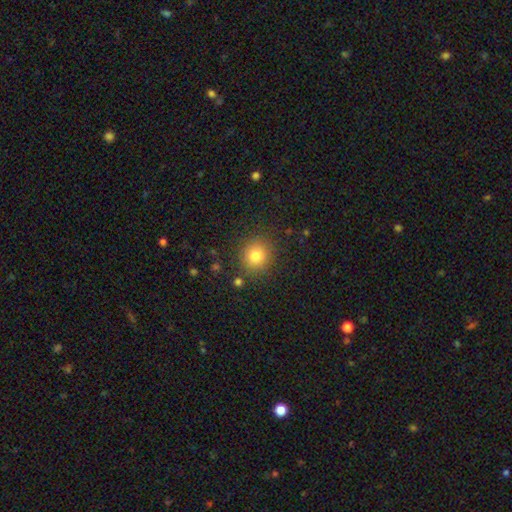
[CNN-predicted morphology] Smooth or featured: smooth — 81% (star or artifact — 12%)
How rounded: round — 85% (in between — 14%)
Merging: none — 86% (minor disturbance — 9%)